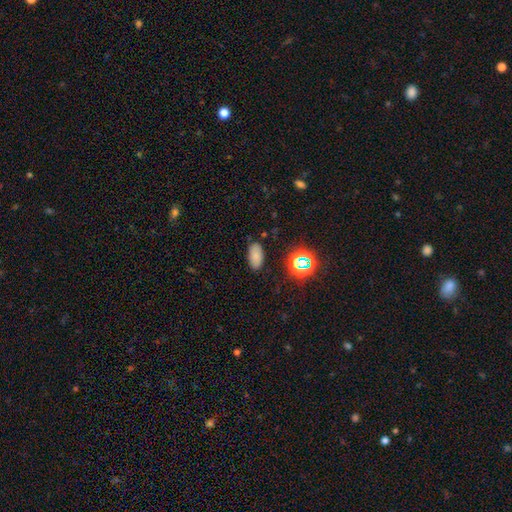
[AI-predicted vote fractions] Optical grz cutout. It shows a smooth galaxy with no disk features (77%) that is in between round and cigar-shaped (92%). Merging: none (85%).